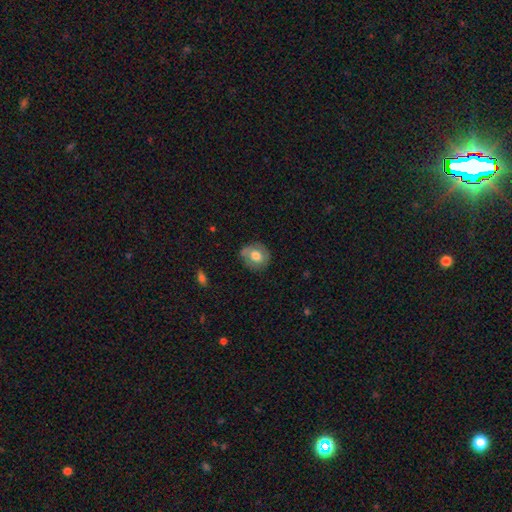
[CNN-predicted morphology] Smooth or featured? Predicted: smooth (p=0.62). How rounded? Predicted: round (p=0.70). Merging? Predicted: none (p=0.71).